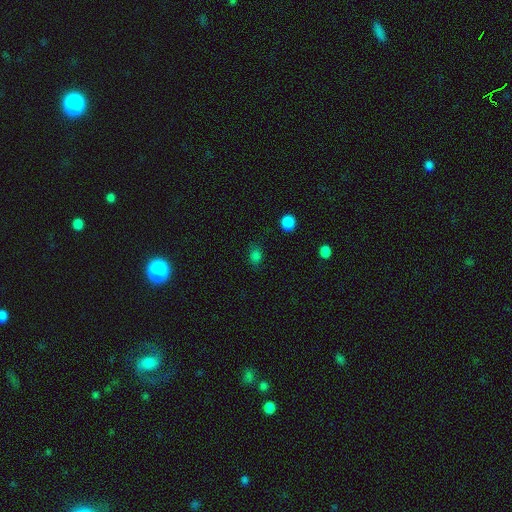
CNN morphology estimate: Smooth or featured?
  - smooth: 78% *
  - star or artifact: 17%
  - featured or disk: 5%
How rounded?
  - in between: 58% *
  - round: 40%
  - cigar-shaped: 2%
Merging?
  - none: 79% *
  - minor disturbance: 15%
  - major disturbance: 4%
  - merger: 2%